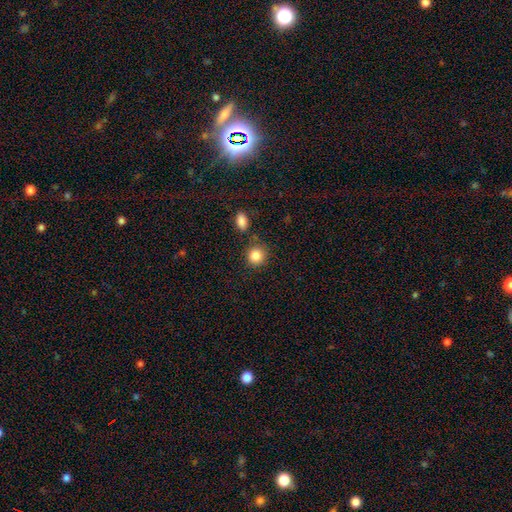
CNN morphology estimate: smooth-or-featured: smooth: 86% | star or artifact: 9% | featured or disk: 5%
  how-rounded: round: 89% | in between: 10% | cigar-shaped: 1%
  merging: none: 81% | minor disturbance: 9% | merger: 7% | major disturbance: 3%